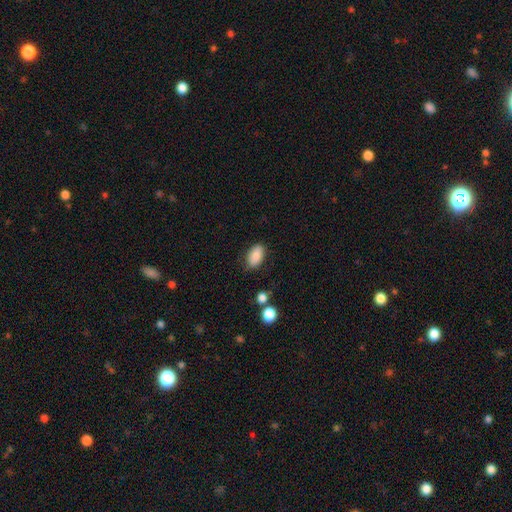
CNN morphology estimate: smooth_or_featured: smooth (p=0.82) [alt: featured or disk p=0.10]
how_rounded: in between (p=0.91) [alt: round p=0.07]
merging: none (p=0.80) [alt: minor disturbance p=0.15]